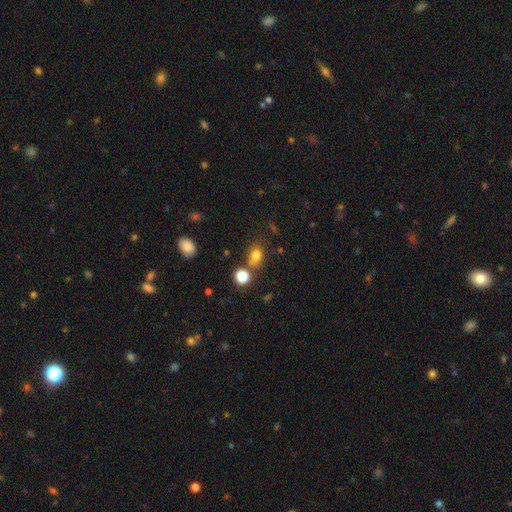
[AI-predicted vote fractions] This is likely a smooth galaxy (78%). How rounded: likely in between (62%). Merging: likely none (62%).